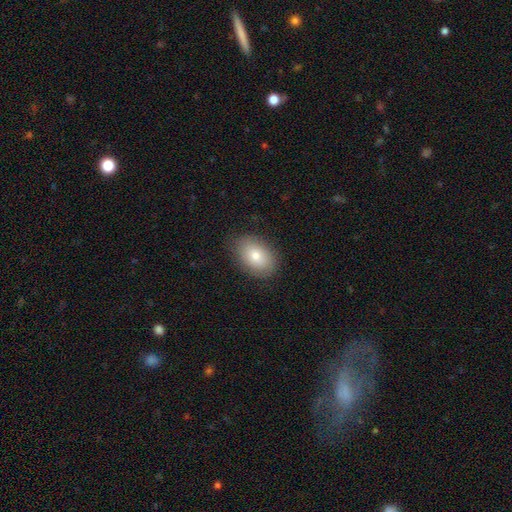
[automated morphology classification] This appears to be a smooth galaxy with no disk features (77%) that is in between round and cigar-shaped (84%). Merging: none (84%).